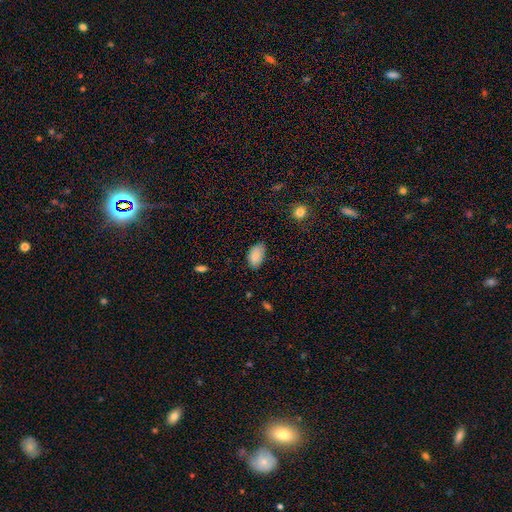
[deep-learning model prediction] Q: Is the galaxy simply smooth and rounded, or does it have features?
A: smooth — 84%.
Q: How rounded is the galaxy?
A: in between — 92%.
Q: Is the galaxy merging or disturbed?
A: none — 67%.